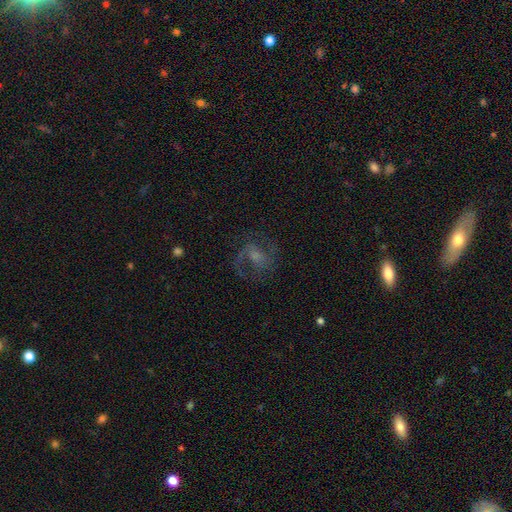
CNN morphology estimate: Smooth or featured? featured or disk (73%)
Edge-on disk? no (97%)
Bar? weak (47%)
Spiral arms? yes (94%)
Spiral winding? medium (57%)
Spiral arm count? 2 (79%)
Bulge size? small (38%)
Merging? none (74%)